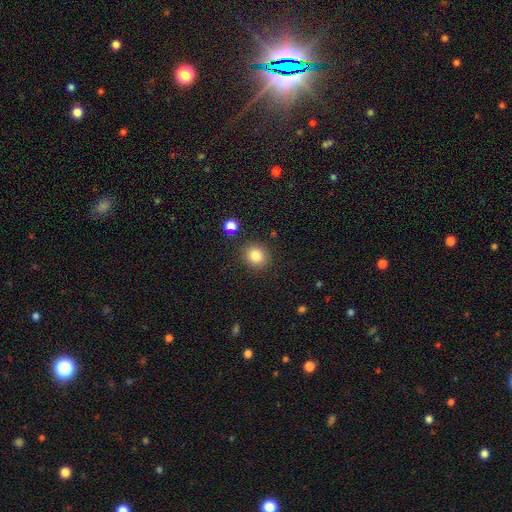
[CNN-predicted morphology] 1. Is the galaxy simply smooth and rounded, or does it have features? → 83% smooth, 11% star or artifact, 6% featured or disk.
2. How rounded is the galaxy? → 81% round, 19% in between, 1% cigar-shaped.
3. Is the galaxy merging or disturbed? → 87% none, 8% minor disturbance, 3% merger, 3% major disturbance.